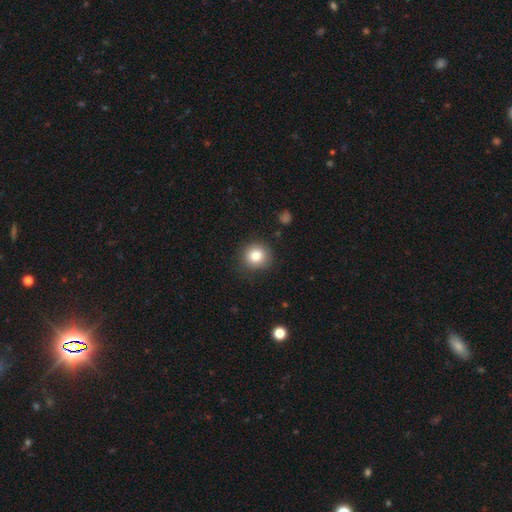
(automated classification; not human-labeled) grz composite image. It shows a smooth galaxy with no disk features (83%) that is round (90%). Merging: none (85%).